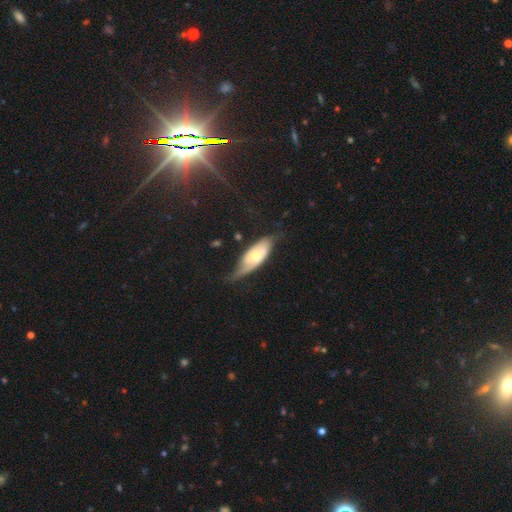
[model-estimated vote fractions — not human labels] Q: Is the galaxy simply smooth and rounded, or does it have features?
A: featured or disk — 55%.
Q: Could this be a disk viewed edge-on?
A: no — 75%.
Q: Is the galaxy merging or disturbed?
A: none — 46%.